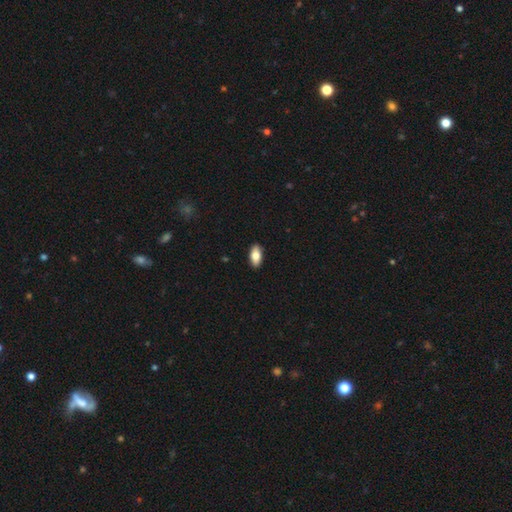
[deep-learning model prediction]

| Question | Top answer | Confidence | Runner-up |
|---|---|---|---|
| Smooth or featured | smooth | 80% | featured or disk (14%) |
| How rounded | in between | 91% | cigar-shaped (6%) |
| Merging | none | 91% | minor disturbance (7%) |